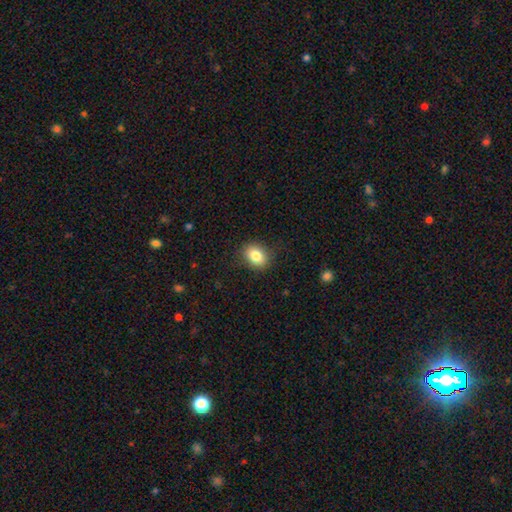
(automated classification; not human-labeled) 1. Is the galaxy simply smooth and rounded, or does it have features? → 84% smooth, 9% star or artifact, 8% featured or disk.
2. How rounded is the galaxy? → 67% in between, 31% round, 1% cigar-shaped.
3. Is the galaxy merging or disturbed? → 86% none, 10% minor disturbance, 3% major disturbance, 1% merger.